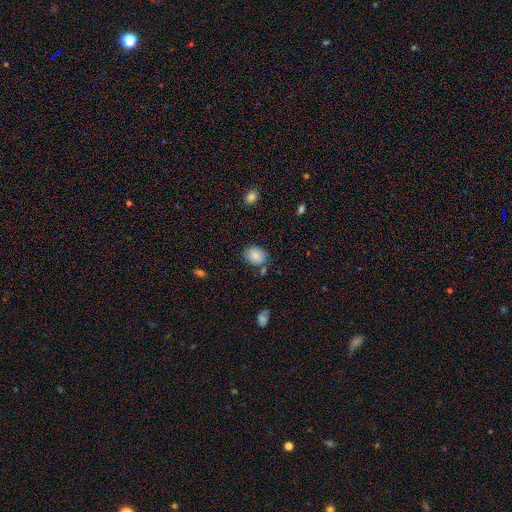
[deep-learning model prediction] Overall: smooth (83%). How rounded: in between (61%; round 38%). Merging: none (72%).